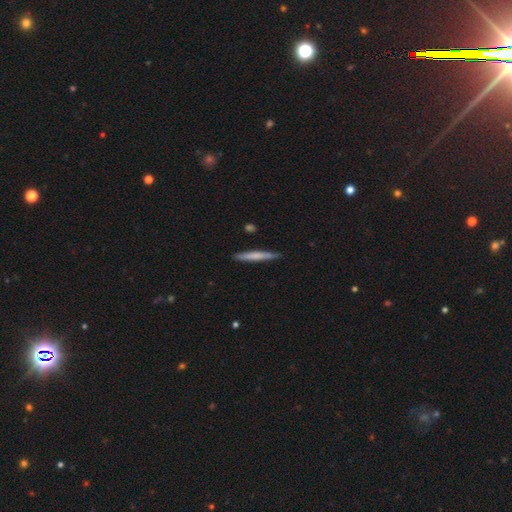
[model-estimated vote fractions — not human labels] Morphology: type=smooth (62%); roundness=cigar-shaped (96%); merging=none (87%).